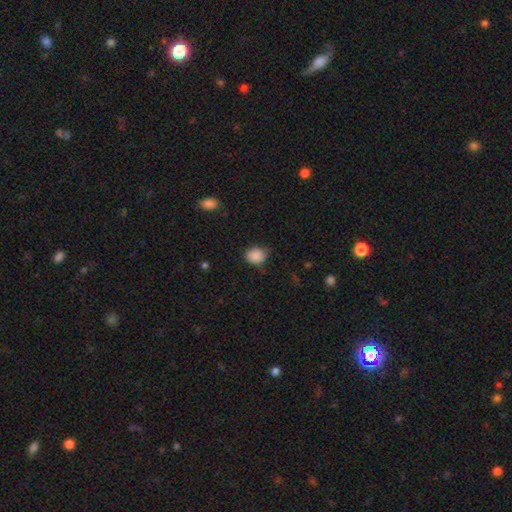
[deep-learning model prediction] Smooth or featured? Predicted: smooth (p=0.88). How rounded? Predicted: round (p=0.67). Merging? Predicted: none (p=0.74).